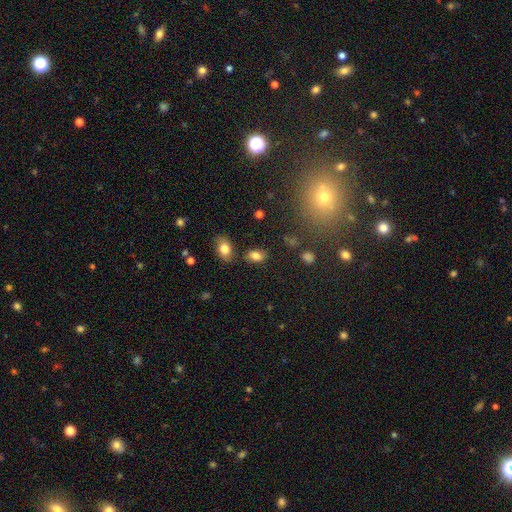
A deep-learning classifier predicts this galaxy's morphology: Overall: smooth (82%). How rounded: in between (87%). Merging: none (77%).